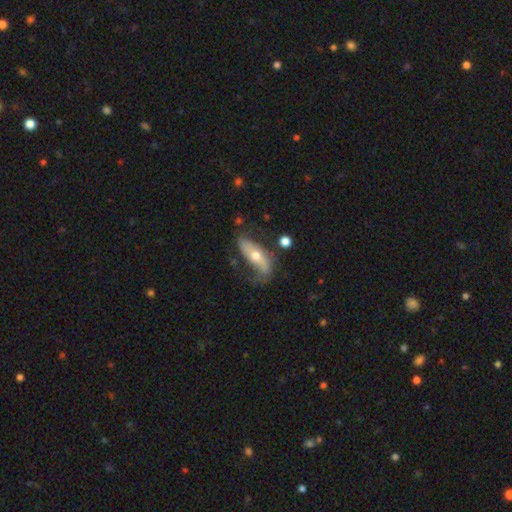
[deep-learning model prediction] Smooth or featured: featured or disk — 62% (smooth — 32%)
Edge-on disk: no — 75% (yes — 25%)
Merging: none — 52% (minor disturbance — 27%)